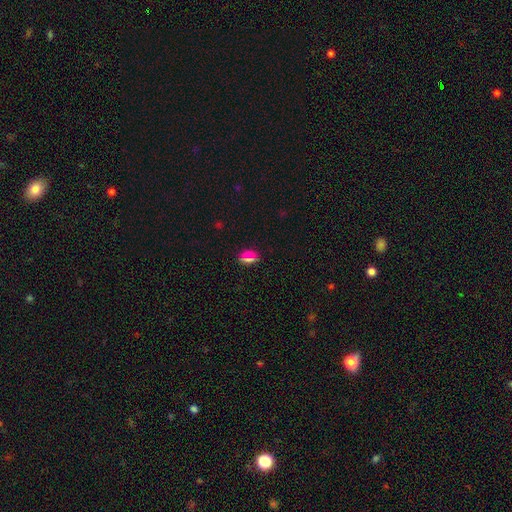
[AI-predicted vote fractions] Smooth or featured: smooth — 67% (star or artifact — 24%)
How rounded: in between — 59% (round — 40%)
Merging: none — 82% (minor disturbance — 11%)